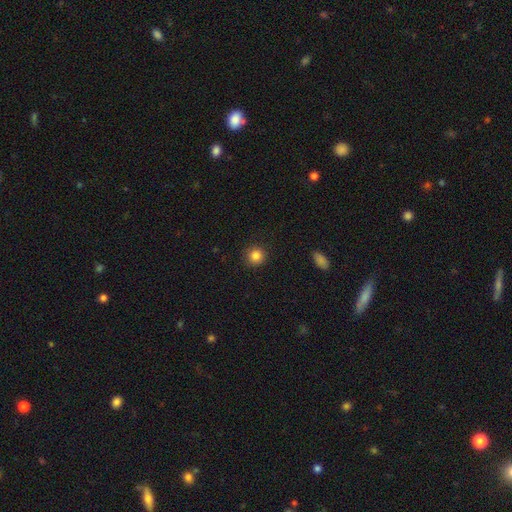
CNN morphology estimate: A smooth galaxy with no disk features (84%) that is round (93%).

Vote fractions:
- Smooth or featured? smooth: 84% / star or artifact: 11% / featured or disk: 5%
- How rounded? round: 93% / in between: 6% / cigar-shaped: 1%
- Merging? none: 92% / minor disturbance: 6% / major disturbance: 2% / merger: 1%